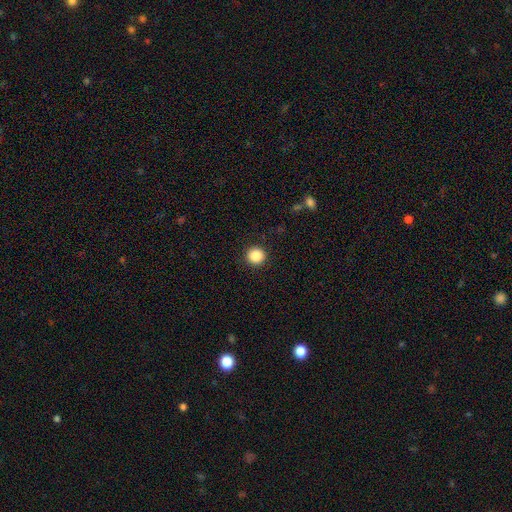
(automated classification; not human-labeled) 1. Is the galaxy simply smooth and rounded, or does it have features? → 88% smooth, 10% star or artifact, 3% featured or disk.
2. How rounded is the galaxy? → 94% round, 5% in between, 1% cigar-shaped.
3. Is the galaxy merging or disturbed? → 92% none, 5% minor disturbance, 2% major disturbance, 1% merger.